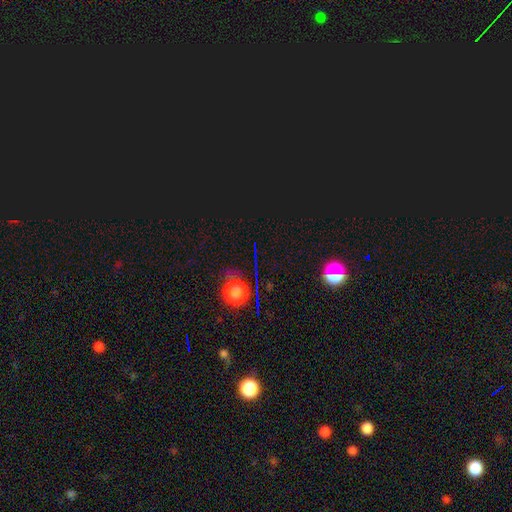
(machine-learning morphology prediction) type=star or artifact (74%).